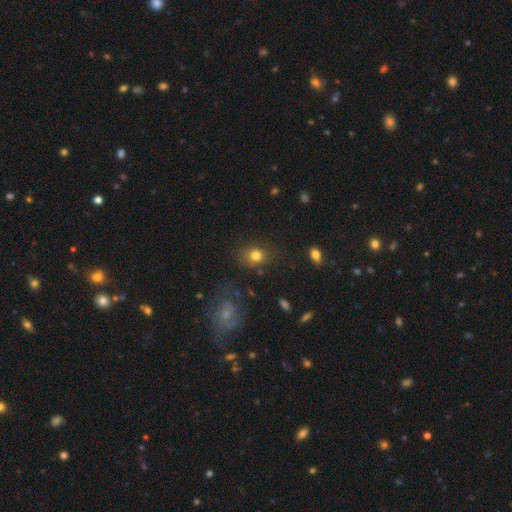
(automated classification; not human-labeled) Smooth or featured: smooth — 79% (star or artifact — 12%)
How rounded: round — 63% (in between — 36%)
Merging: none — 74% (minor disturbance — 16%)